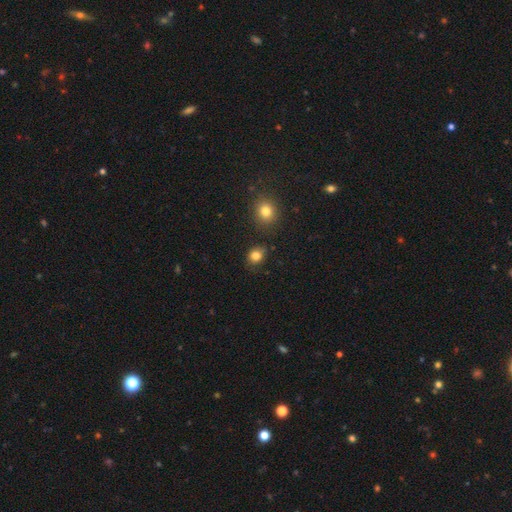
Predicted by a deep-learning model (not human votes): smooth-or-featured: smooth: 83% | star or artifact: 12% | featured or disk: 6%
  how-rounded: round: 67% | in between: 32% | cigar-shaped: 1%
  merging: none: 79% | minor disturbance: 15% | merger: 3% | major disturbance: 3%